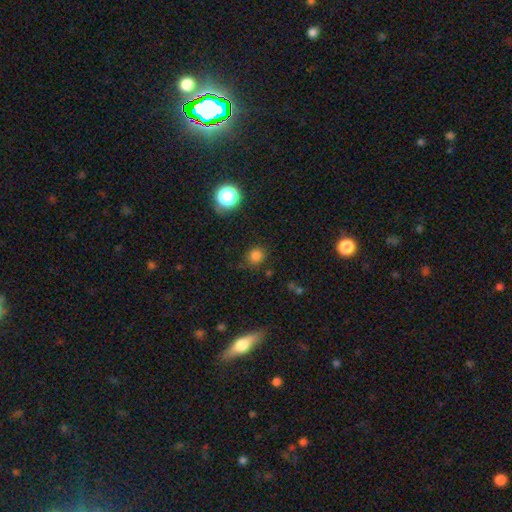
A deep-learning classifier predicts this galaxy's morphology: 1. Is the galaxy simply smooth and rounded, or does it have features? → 79% smooth, 16% star or artifact, 4% featured or disk.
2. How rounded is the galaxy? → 86% round, 13% in between, 1% cigar-shaped.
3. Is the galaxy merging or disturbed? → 81% none, 13% minor disturbance, 4% major disturbance, 2% merger.